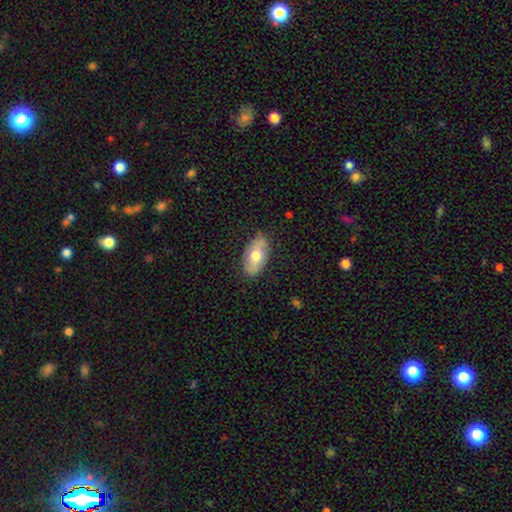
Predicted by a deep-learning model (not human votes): Smooth or featured?
  - smooth: 65% *
  - featured or disk: 30%
  - star or artifact: 6%
How rounded?
  - in between: 92% *
  - round: 4%
  - cigar-shaped: 4%
Merging?
  - none: 83% *
  - minor disturbance: 13%
  - major disturbance: 3%
  - merger: 1%